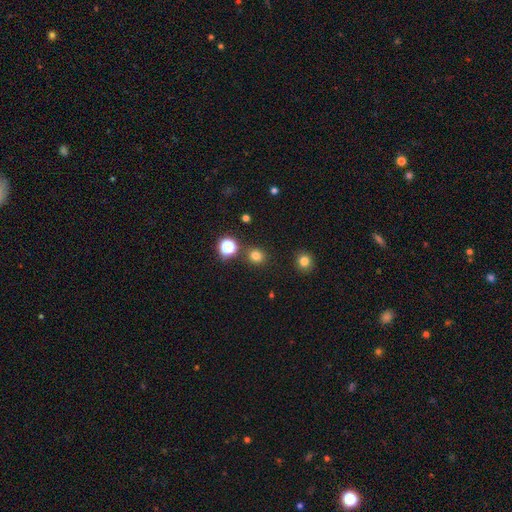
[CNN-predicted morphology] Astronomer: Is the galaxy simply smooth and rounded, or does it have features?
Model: smooth — 76%.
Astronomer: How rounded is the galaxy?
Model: round — 88%.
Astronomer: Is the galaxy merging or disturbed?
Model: none — 86%.